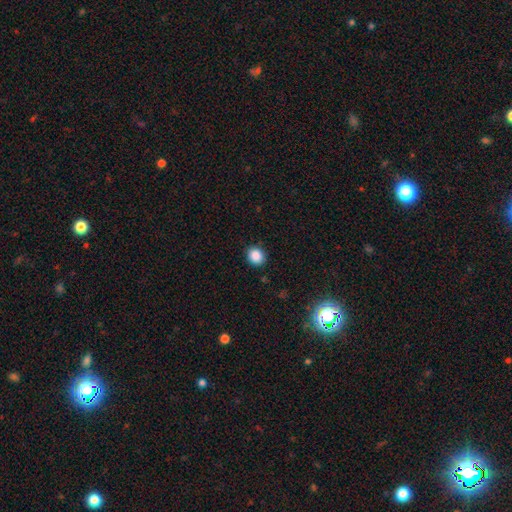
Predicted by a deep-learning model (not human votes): The model was most divided on "how rounded": round: 69%, in between: 30%, cigar-shaped: 1%. More confident: merging — none (89%); smooth or featured — smooth (87%).